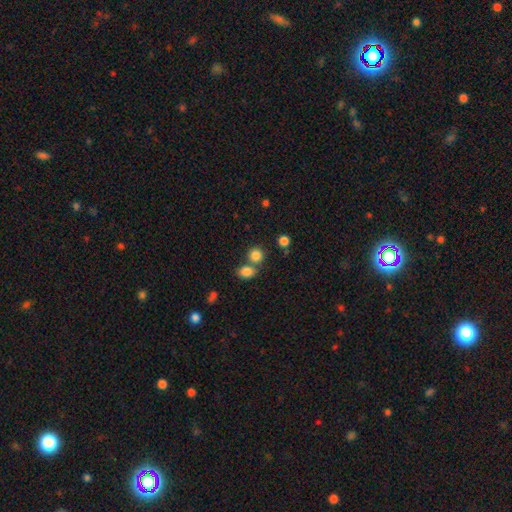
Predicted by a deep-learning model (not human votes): Smooth or featured? Predicted: smooth (p=0.83). How rounded? Predicted: round (p=0.80). Merging? Predicted: none (p=0.59).